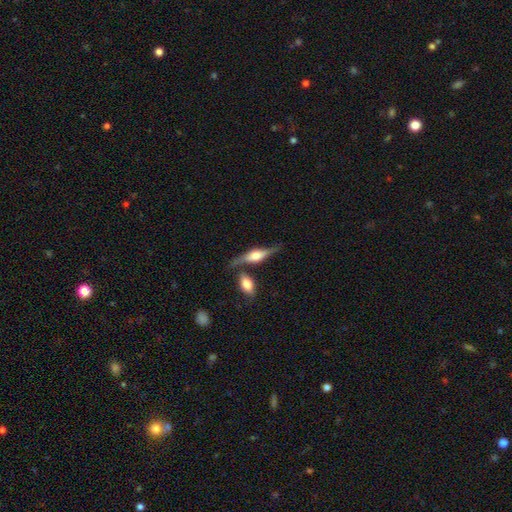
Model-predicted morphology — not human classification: smooth-or-featured: featured or disk: 74% | smooth: 20% | star or artifact: 6%
  disk-edge-on: yes: 94% | no: 6%
    edge-on-bulge: rounded: 83% | boxy: 15% | none: 3%
  merging: none: 67% | merger: 14% | minor disturbance: 14% | major disturbance: 4%